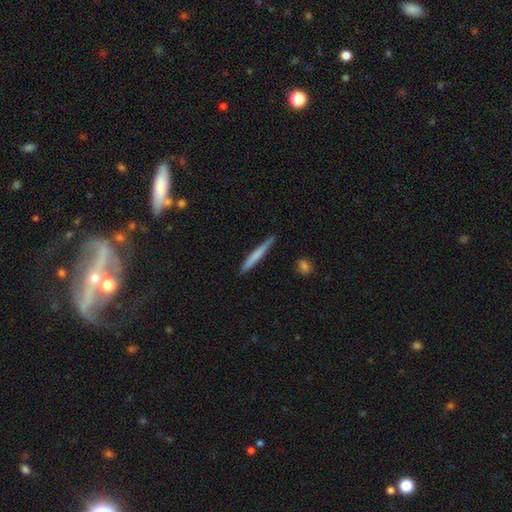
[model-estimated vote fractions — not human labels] Q: Smooth or featured?
A: smooth (66%); runner-up: featured or disk (28%)
Q: How rounded?
A: cigar-shaped (96%); runner-up: in between (2%)
Q: Merging?
A: none (86%); runner-up: minor disturbance (10%)